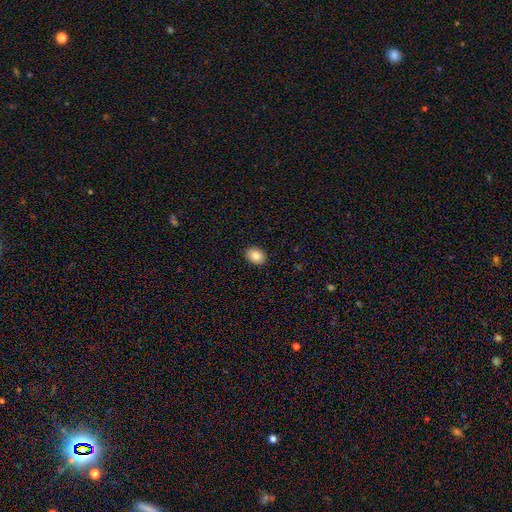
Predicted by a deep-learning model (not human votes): A smooth galaxy with no disk features (85%) that is in between round and cigar-shaped (71%). Merging: none (91%).